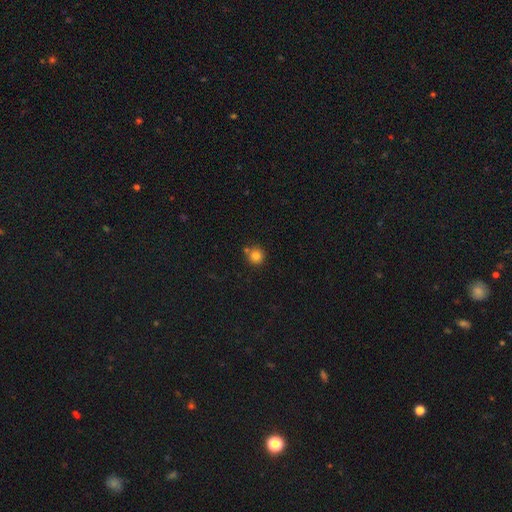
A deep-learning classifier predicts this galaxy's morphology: Smooth or featured?
  - smooth: 82% *
  - star or artifact: 12%
  - featured or disk: 6%
How rounded?
  - round: 93% *
  - in between: 6%
  - cigar-shaped: 1%
Merging?
  - none: 72% *
  - merger: 15%
  - minor disturbance: 10%
  - major disturbance: 3%